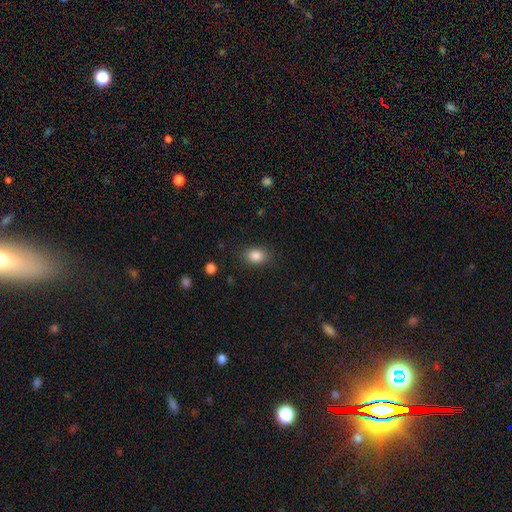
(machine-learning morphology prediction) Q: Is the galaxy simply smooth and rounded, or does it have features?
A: smooth — 85%.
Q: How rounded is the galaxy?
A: in between — 71%.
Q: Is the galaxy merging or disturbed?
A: none — 83%.